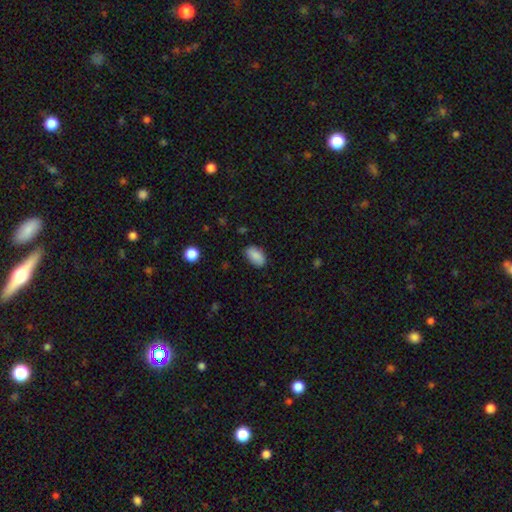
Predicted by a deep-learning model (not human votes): A smooth galaxy with no disk features (87%) that is in between round and cigar-shaped (92%).

Vote fractions:
- Smooth or featured? smooth: 87% / star or artifact: 7% / featured or disk: 6%
- How rounded? in between: 92% / round: 6% / cigar-shaped: 2%
- Merging? none: 84% / minor disturbance: 12% / major disturbance: 3% / merger: 1%